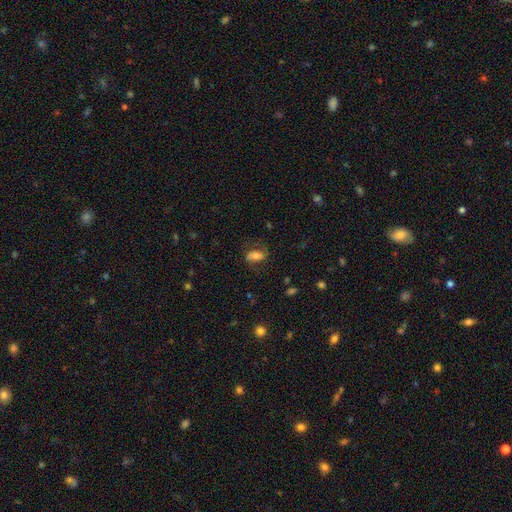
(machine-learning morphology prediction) Smooth or featured? Predicted: smooth (p=0.52). How rounded? Predicted: in between (p=0.85). Merging? Predicted: none (p=0.68).